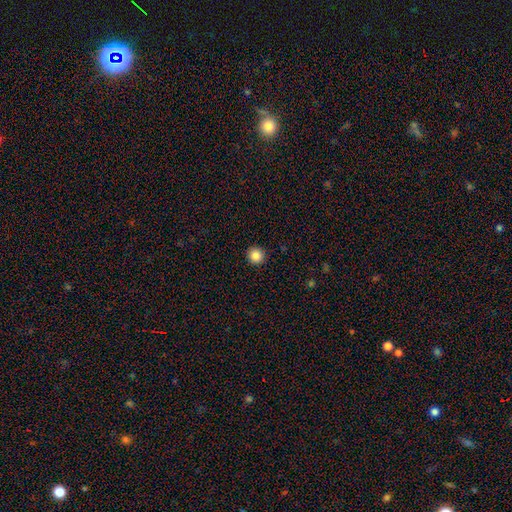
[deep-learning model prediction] Smooth or featured: smooth — 85% (star or artifact — 10%)
How rounded: round — 95% (in between — 4%)
Merging: none — 93% (minor disturbance — 4%)